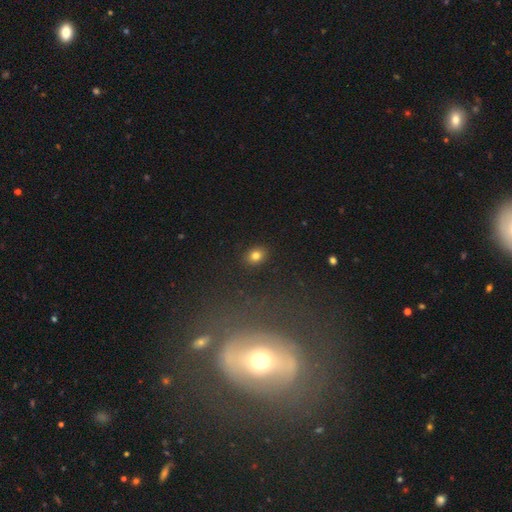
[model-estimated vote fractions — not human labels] This appears to be a smooth galaxy with no disk features (80%) that is in between round and cigar-shaped (50%). Merging: none (90%).